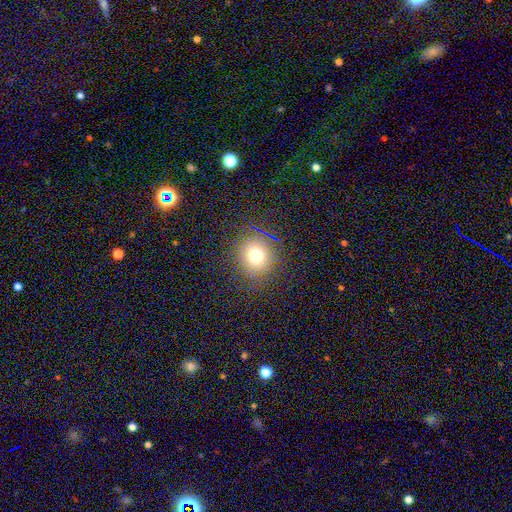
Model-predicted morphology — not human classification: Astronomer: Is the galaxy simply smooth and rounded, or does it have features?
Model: smooth — 69%.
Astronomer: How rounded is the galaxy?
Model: round — 85%.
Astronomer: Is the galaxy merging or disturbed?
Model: none — 86%.